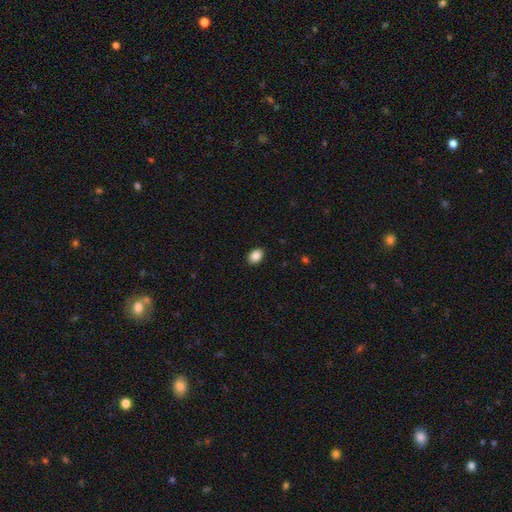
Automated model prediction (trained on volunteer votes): A smooth galaxy with no disk features (88%) that is in between round and cigar-shaped (72%).

Vote fractions:
- Smooth or featured? smooth: 88% / star or artifact: 8% / featured or disk: 4%
- How rounded? in between: 72% / round: 27% / cigar-shaped: 1%
- Merging? none: 90% / minor disturbance: 8% / major disturbance: 2% / merger: 1%